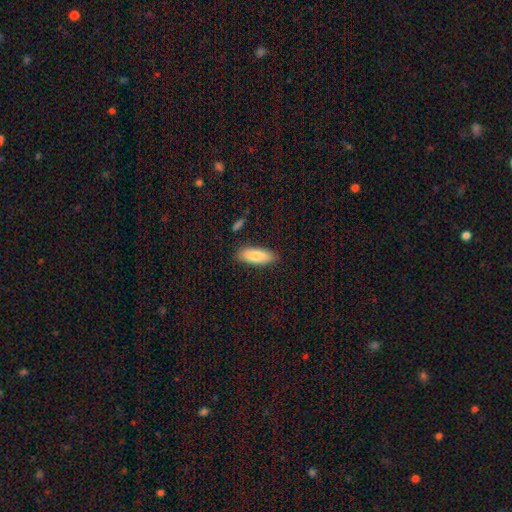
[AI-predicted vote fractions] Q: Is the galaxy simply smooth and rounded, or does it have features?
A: smooth — 82%.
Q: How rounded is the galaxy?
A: in between — 60%.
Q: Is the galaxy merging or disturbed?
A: none — 86%.